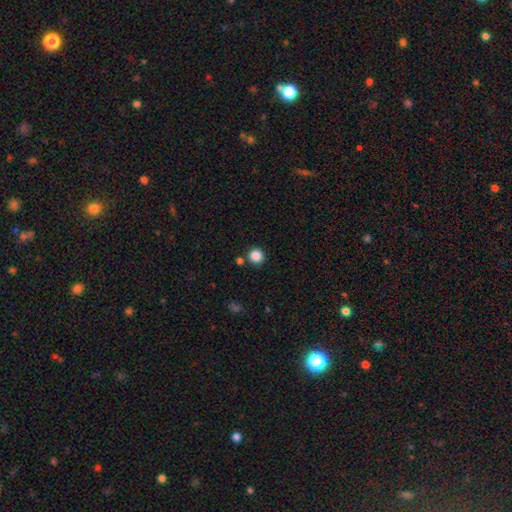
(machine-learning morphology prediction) Smooth or featured: smooth — 86% (star or artifact — 10%)
How rounded: round — 94% (in between — 5%)
Merging: none — 84% (minor disturbance — 7%)